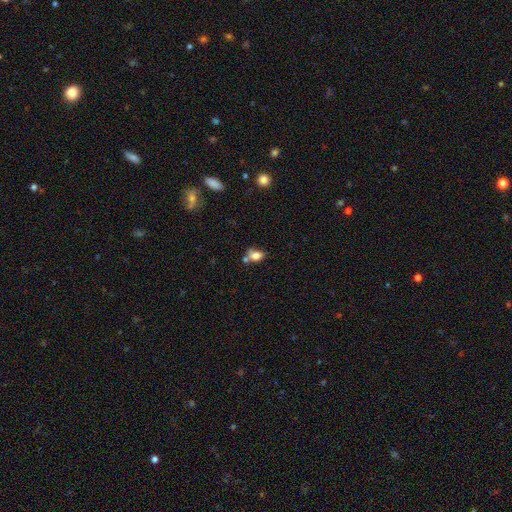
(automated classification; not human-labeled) Smooth or featured: smooth — 77% (featured or disk — 12%)
How rounded: in between — 74% (round — 24%)
Merging: none — 42% (merger — 32%)